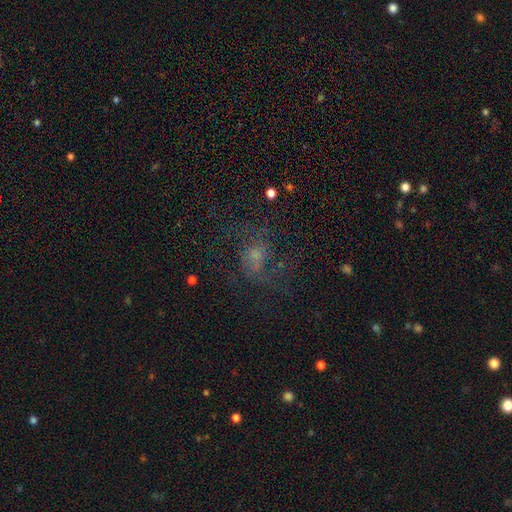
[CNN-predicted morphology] A featured or disk galaxy (47%). Merging: none (52%).